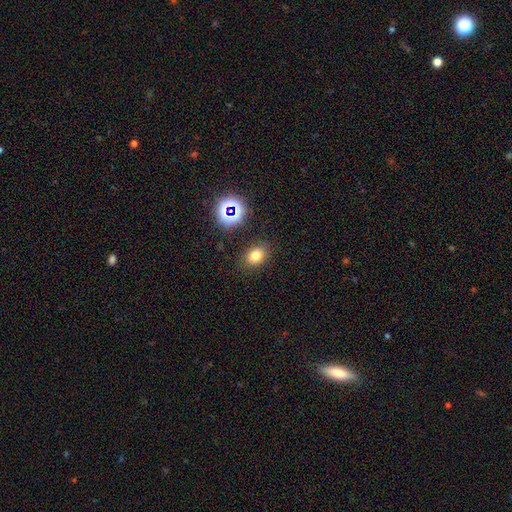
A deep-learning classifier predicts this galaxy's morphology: smooth_or_featured: smooth (p=0.74) [alt: star or artifact p=0.17]
how_rounded: in between (p=0.62) [alt: round p=0.37]
merging: none (p=0.84) [alt: minor disturbance p=0.10]